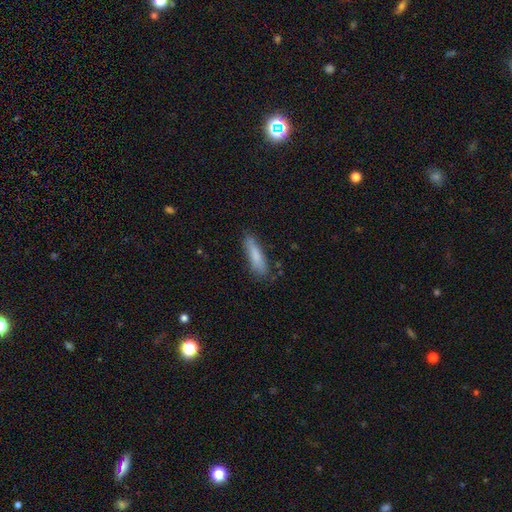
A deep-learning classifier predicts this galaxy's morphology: A smooth galaxy with no disk features (81%) that is cigar-shaped (70%). Merging: none (75%).